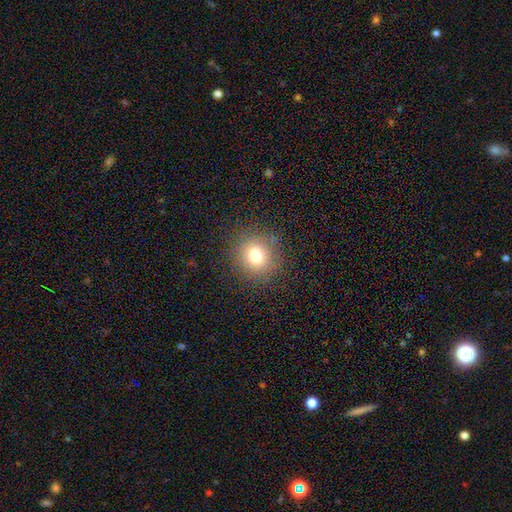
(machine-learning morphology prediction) A smooth galaxy with no disk features (74%) that is round (90%). Merging: none (87%).